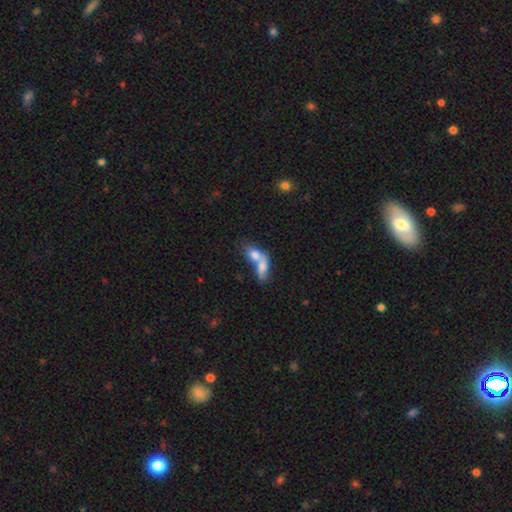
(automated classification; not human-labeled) Q: Smooth or featured?
A: smooth (71%); runner-up: featured or disk (20%)
Q: How rounded?
A: in between (74%); runner-up: round (15%)
Q: Merging?
A: merger (77%); runner-up: none (13%)